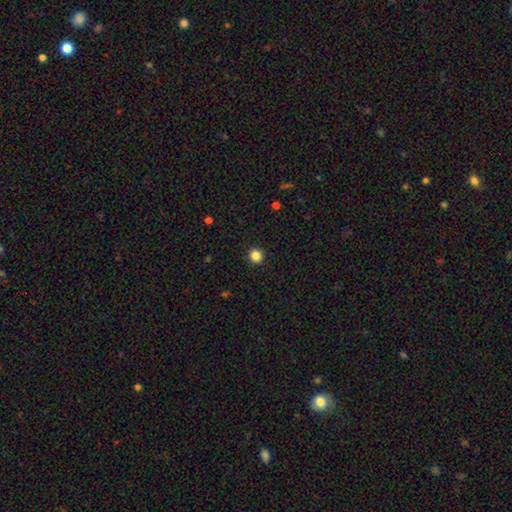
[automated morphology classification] The model was most divided on "smooth or featured": smooth: 85%, star or artifact: 11%, featured or disk: 4%. More confident: how rounded — round (94%); merging — none (93%).